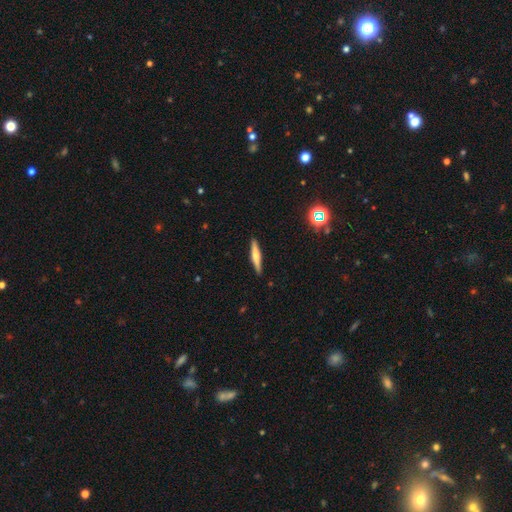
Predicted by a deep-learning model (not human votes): Smooth or featured?
  - featured or disk: 49% *
  - smooth: 44%
  - star or artifact: 7%
Merging?
  - none: 91% *
  - minor disturbance: 7%
  - major disturbance: 1%
  - merger: 1%